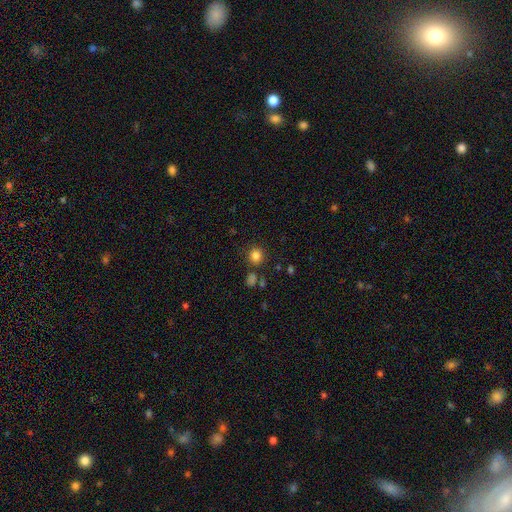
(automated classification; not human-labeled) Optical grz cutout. It shows a smooth galaxy with no disk features (83%) that is round (87%). Merging: none (84%).